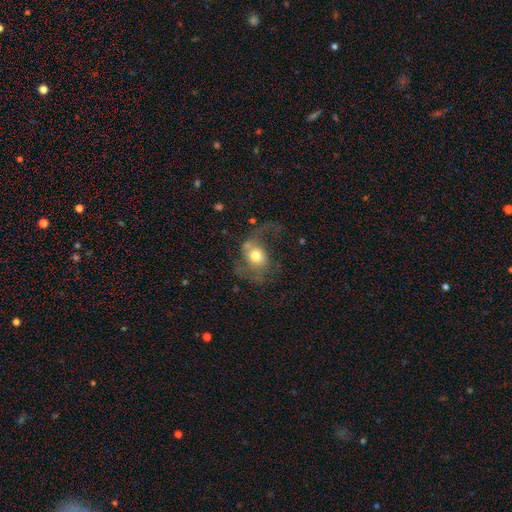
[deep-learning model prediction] Q: Smooth or featured?
A: smooth (47%); runner-up: featured or disk (44%)
Q: Merging?
A: major disturbance (46%); runner-up: none (29%)